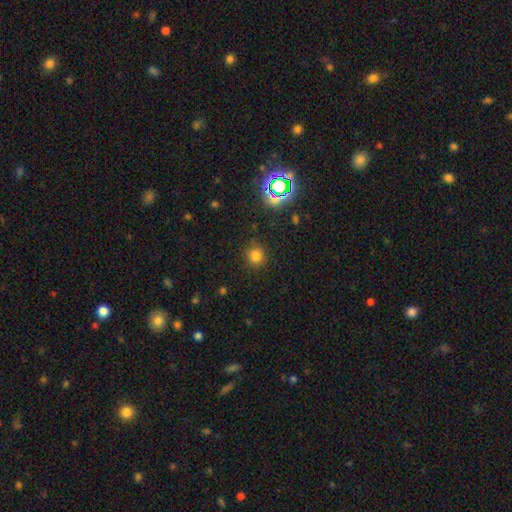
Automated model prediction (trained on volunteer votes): This is likely a smooth galaxy (77%). How rounded: clearly round (92%). Merging: clearly none (86%).